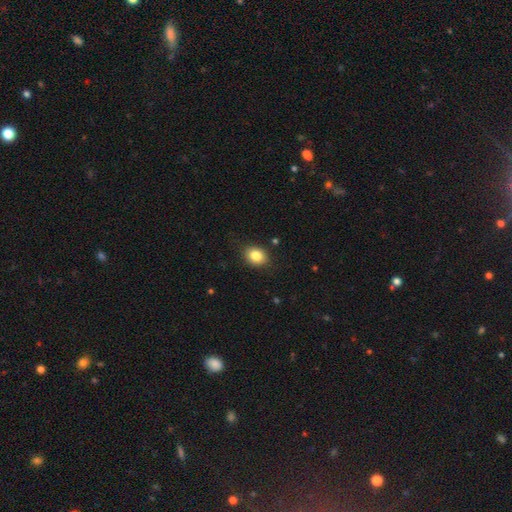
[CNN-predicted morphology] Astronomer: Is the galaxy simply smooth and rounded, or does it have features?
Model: smooth — 83%.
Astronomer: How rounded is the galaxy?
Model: in between — 52% (runner-up: round, 47%).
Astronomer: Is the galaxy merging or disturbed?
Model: none — 85%.